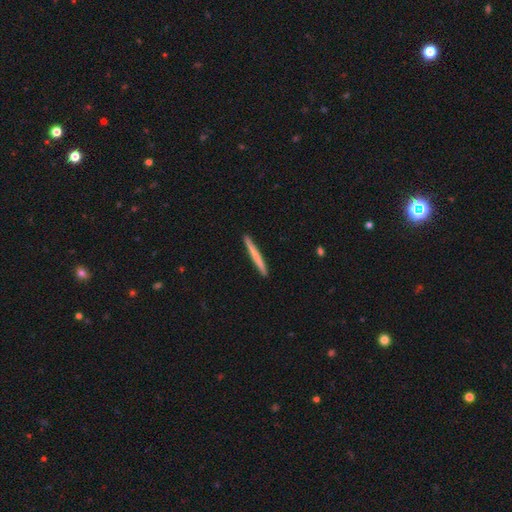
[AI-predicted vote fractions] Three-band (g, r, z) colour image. It shows a smooth galaxy with no disk features (65%) that is cigar-shaped (97%). Merging: none (93%).